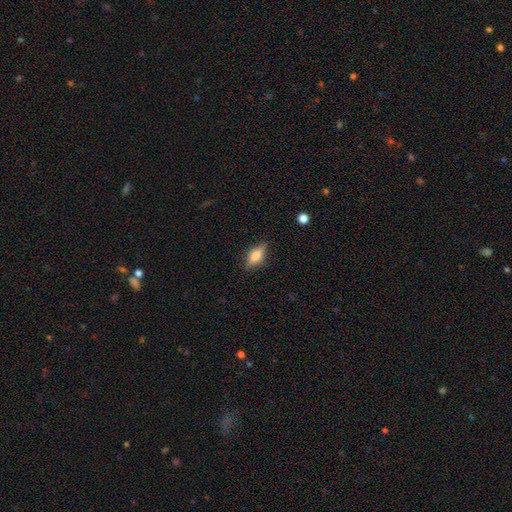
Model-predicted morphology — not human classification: Smooth or featured? Predicted: smooth (p=0.64). How rounded? Predicted: in between (p=0.75). Merging? Predicted: none (p=0.82).